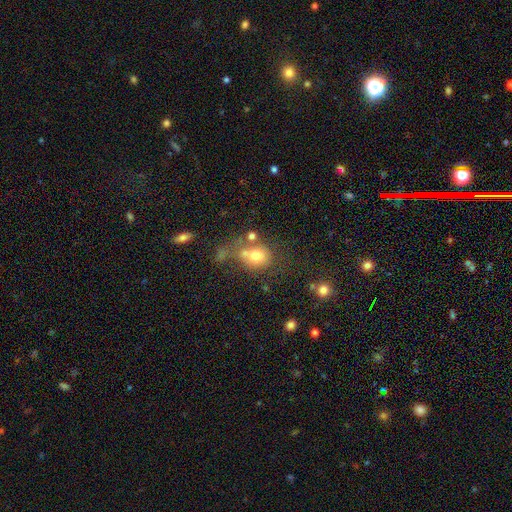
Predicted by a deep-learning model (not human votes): Smooth or featured? smooth (70%)
How rounded? round (67%)
Merging? none (39%)